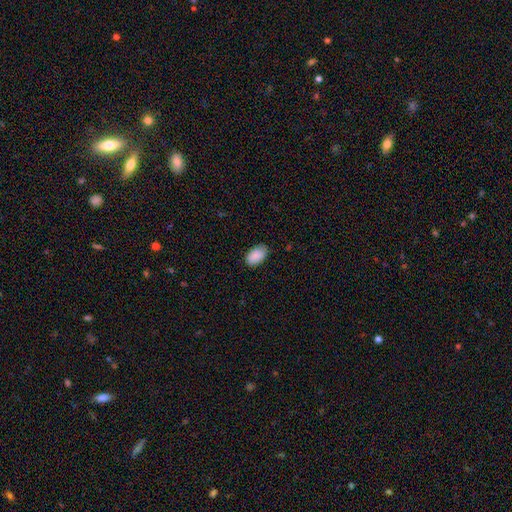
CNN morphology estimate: smooth 90%, star or artifact 7%, featured or disk 4%. Down the decision tree: how rounded — in between (93%); merging — none (81%).